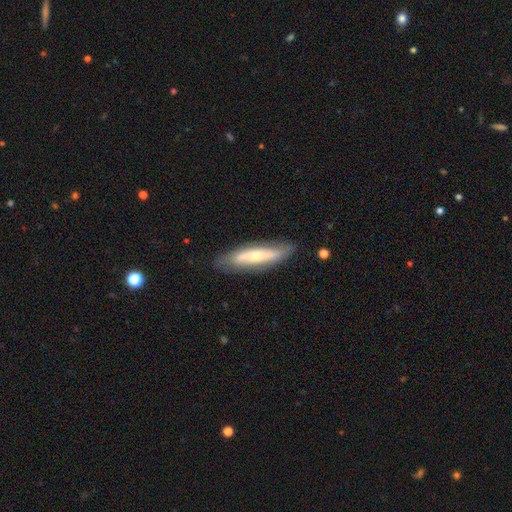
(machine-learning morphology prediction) smooth-or-featured: featured or disk: 51% | smooth: 43% | star or artifact: 6%
  disk-edge-on: no: 55% | yes: 45%
  merging: none: 79% | minor disturbance: 15% | major disturbance: 4% | merger: 2%